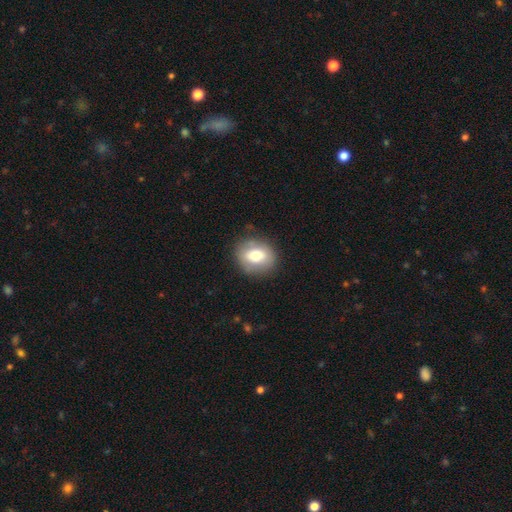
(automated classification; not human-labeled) A smooth galaxy with no disk features (68%) that is round (63%). Merging: none (82%).